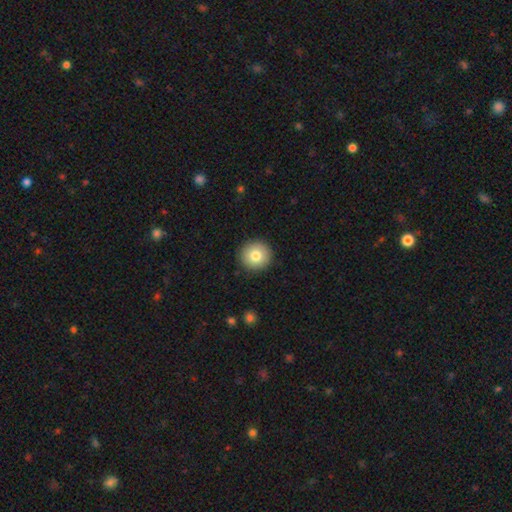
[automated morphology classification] Smooth or featured?
  - smooth: 79% *
  - featured or disk: 12%
  - star or artifact: 9%
How rounded?
  - round: 94% *
  - in between: 5%
  - cigar-shaped: 1%
Merging?
  - none: 92% *
  - minor disturbance: 5%
  - major disturbance: 2%
  - merger: 1%